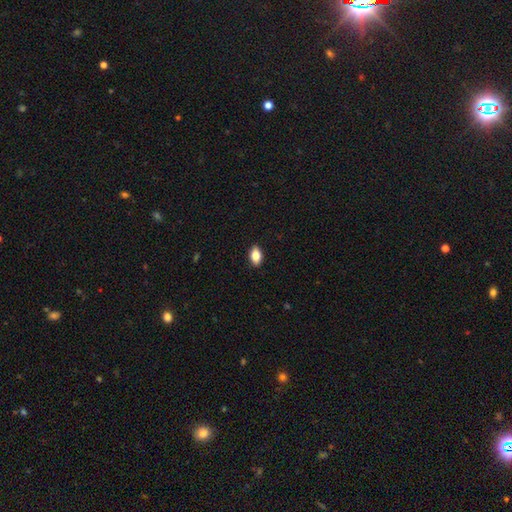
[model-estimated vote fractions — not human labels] Overall: smooth (81%). How rounded: in between (88%). Merging: none (89%).